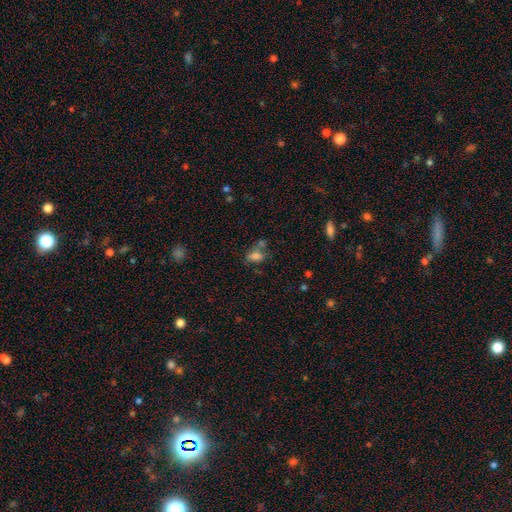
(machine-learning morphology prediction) Smooth or featured? Predicted: smooth (p=0.67). How rounded? Predicted: in between (p=0.80). Merging? Predicted: none (p=0.38).